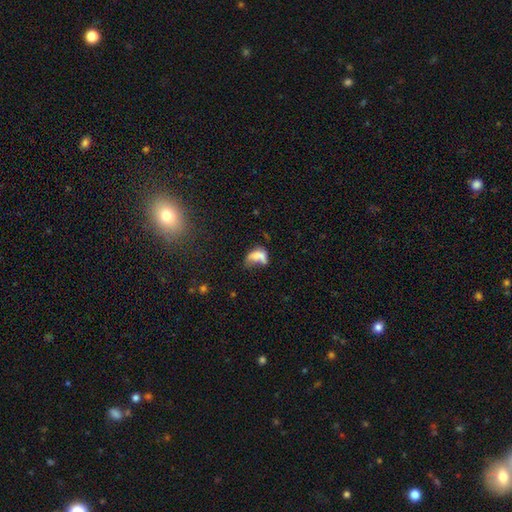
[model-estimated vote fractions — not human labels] The model was most divided on "merging": major disturbance: 37%, merger: 24%, none: 20%, minor disturbance: 19%. More confident: how rounded — in between (83%); smooth or featured — smooth (59%).